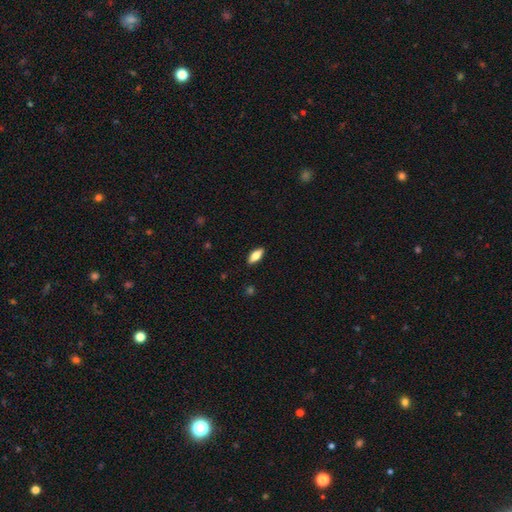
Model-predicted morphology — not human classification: smooth_or_featured: smooth (p=0.72) [alt: featured or disk p=0.22]
how_rounded: in between (p=0.77) [alt: cigar-shaped p=0.20]
merging: none (p=0.88) [alt: minor disturbance p=0.09]